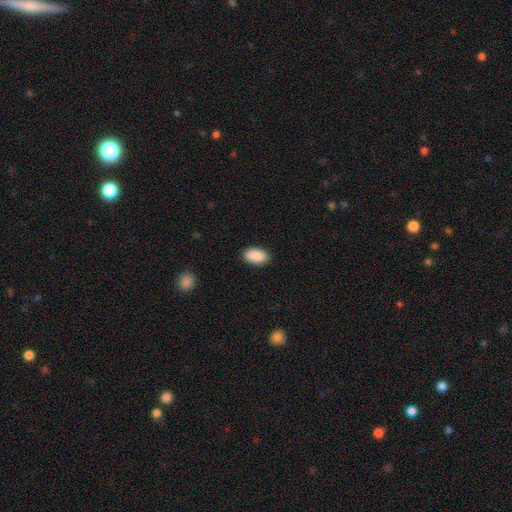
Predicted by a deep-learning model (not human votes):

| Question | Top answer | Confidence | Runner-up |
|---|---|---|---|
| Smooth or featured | smooth | 91% | star or artifact (7%) |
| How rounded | in between | 94% | round (4%) |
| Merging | none | 88% | minor disturbance (9%) |